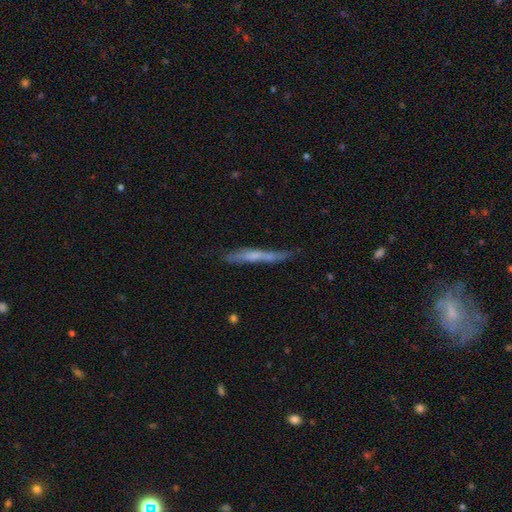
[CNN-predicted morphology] Smooth or featured?
  - smooth: 46% * (tied)
  - featured or disk: 46% * (tied)
  - star or artifact: 8%
Merging?
  - none: 65% *
  - minor disturbance: 24%
  - major disturbance: 7%
  - merger: 5%